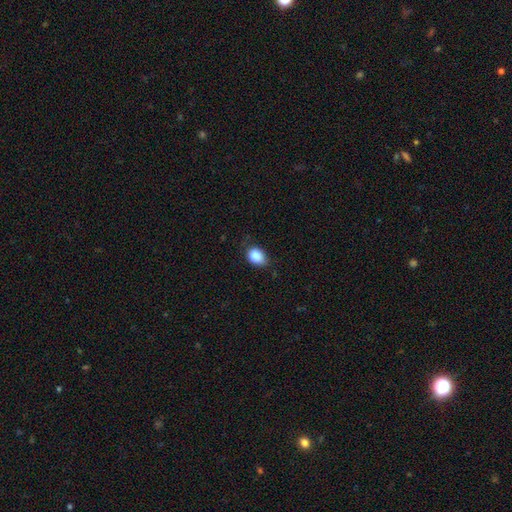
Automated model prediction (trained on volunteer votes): smooth_or_featured: smooth (p=0.87) [alt: star or artifact p=0.09]
how_rounded: in between (p=0.67) [alt: round p=0.32]
merging: none (p=0.63) [alt: minor disturbance p=0.30]